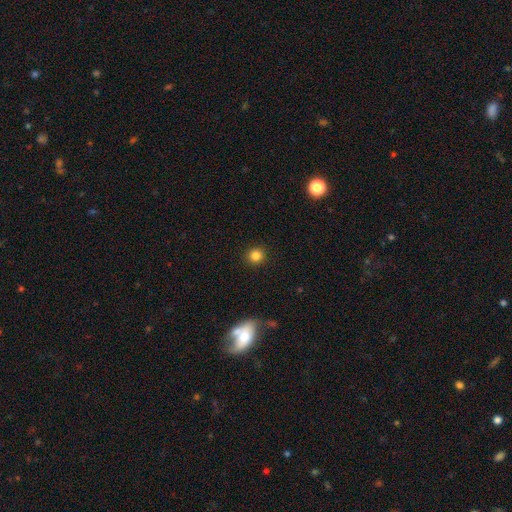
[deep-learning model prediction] smooth-or-featured: smooth: 84% | star or artifact: 12% | featured or disk: 4%
  how-rounded: round: 92% | in between: 7% | cigar-shaped: 1%
  merging: none: 92% | minor disturbance: 5% | major disturbance: 2% | merger: 1%